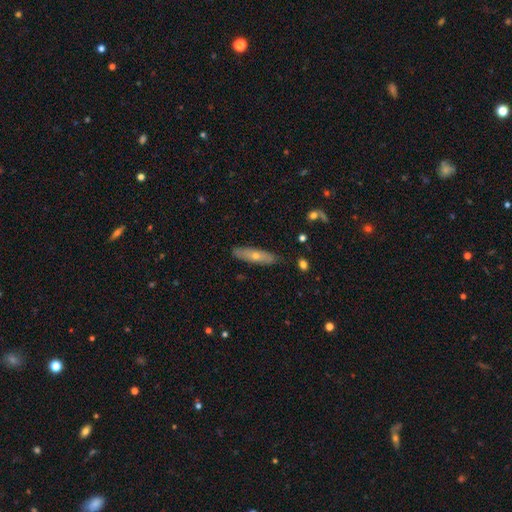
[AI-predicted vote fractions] The model was most divided on "smooth or featured": smooth: 48%, featured or disk: 44%, star or artifact: 8%. More confident: merging — none (87%).